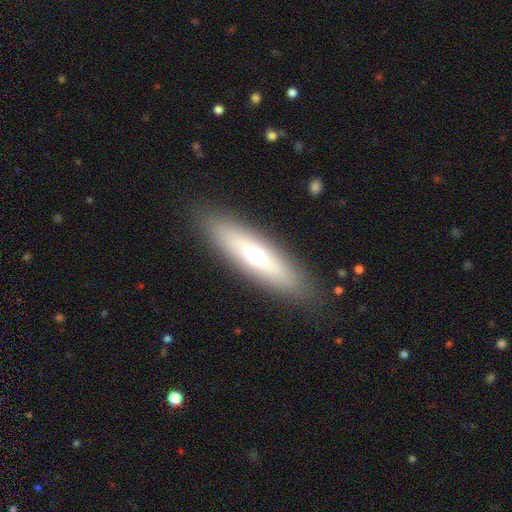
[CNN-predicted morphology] smooth_or_featured: smooth (p=0.54) [alt: featured or disk p=0.37]
how_rounded: cigar-shaped (p=0.58) [alt: in between p=0.39]
merging: none (p=0.88) [alt: minor disturbance p=0.08]